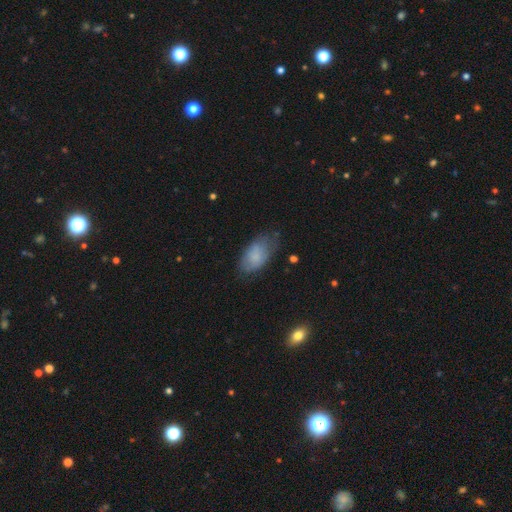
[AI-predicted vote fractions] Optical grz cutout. It shows a smooth galaxy with no disk features (74%) that is in between round and cigar-shaped (93%). Merging: none (54%).